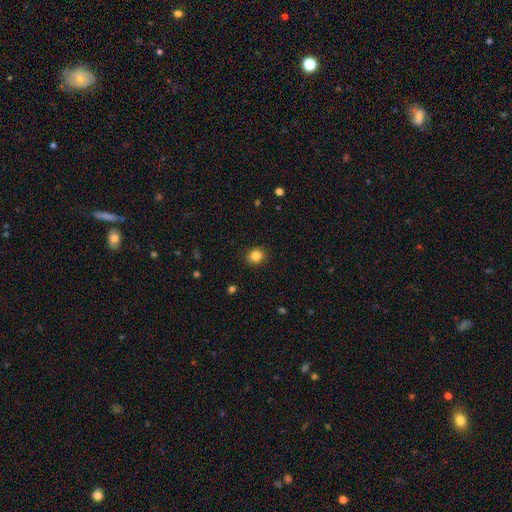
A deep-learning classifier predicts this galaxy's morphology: type=smooth (84%); roundness=round (73%); merging=none (89%).